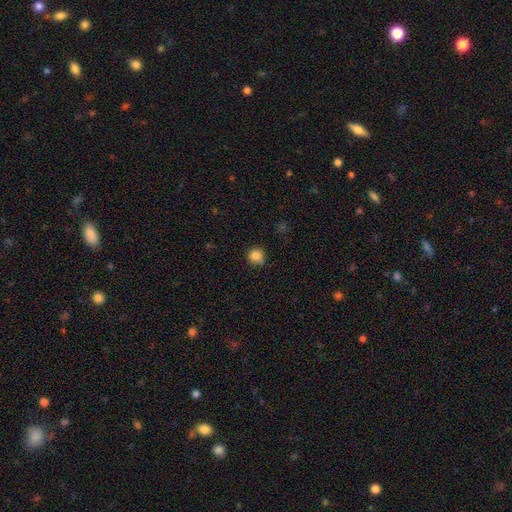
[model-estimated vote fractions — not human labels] Smooth or featured? smooth (84%)
How rounded? round (90%)
Merging? none (76%)